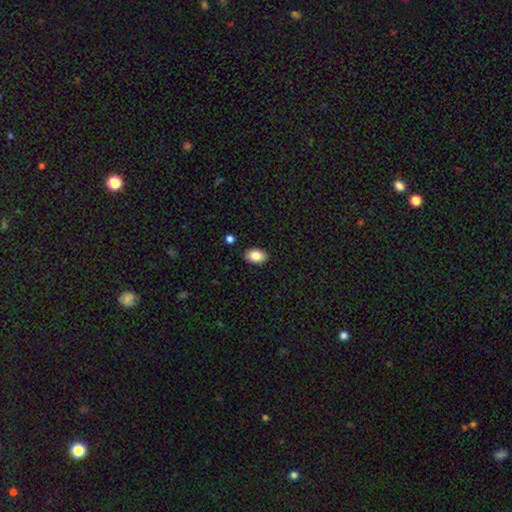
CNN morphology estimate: Smooth or featured?
  - smooth: 86% *
  - star or artifact: 7%
  - featured or disk: 6%
How rounded?
  - in between: 87% *
  - round: 12%
  - cigar-shaped: 1%
Merging?
  - none: 88% *
  - minor disturbance: 8%
  - major disturbance: 2%
  - merger: 2%